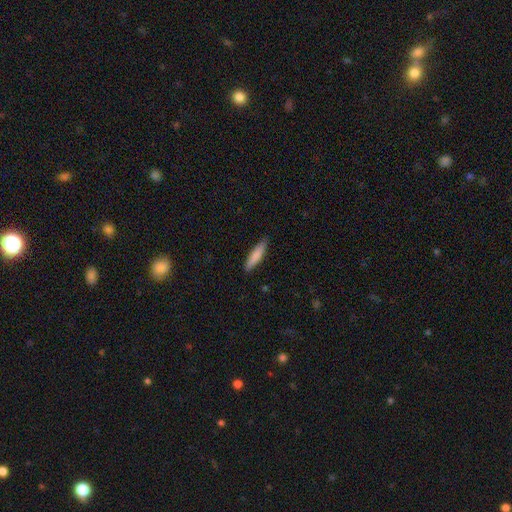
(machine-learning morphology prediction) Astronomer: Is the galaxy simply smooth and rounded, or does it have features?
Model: smooth — 81%.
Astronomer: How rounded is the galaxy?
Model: cigar-shaped — 82%.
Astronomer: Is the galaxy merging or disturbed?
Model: none — 87%.